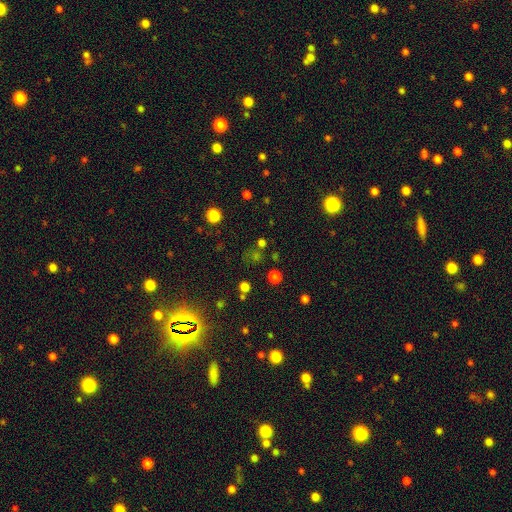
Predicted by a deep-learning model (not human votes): Morphology: type=star or artifact (57%).